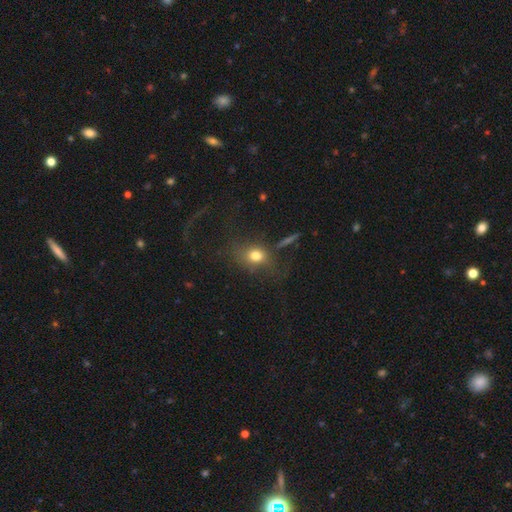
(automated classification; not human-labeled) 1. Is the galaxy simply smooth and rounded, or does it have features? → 71% smooth, 15% star or artifact, 14% featured or disk.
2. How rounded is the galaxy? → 53% round, 44% in between, 3% cigar-shaped.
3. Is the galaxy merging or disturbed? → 62% none, 17% minor disturbance, 16% major disturbance, 5% merger.